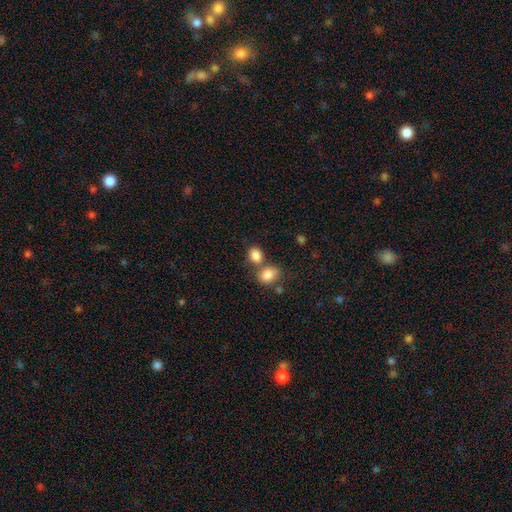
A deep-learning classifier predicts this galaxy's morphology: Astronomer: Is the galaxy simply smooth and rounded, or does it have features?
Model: smooth — 85%.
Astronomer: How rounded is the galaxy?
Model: in between — 65%.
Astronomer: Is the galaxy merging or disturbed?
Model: none — 49% (runner-up: merger, 37%).